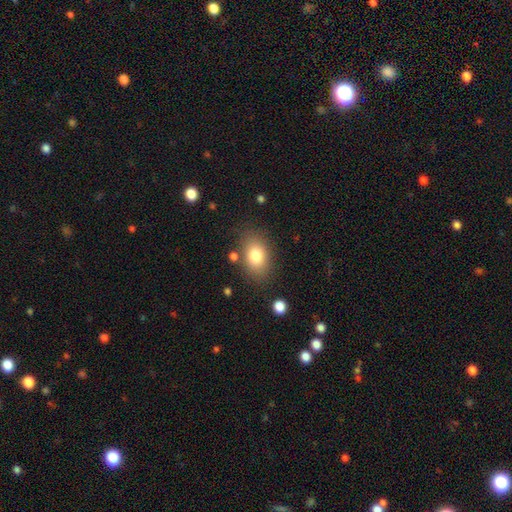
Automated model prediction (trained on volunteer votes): The model was most divided on "how rounded": in between: 81%, round: 18%, cigar-shaped: 1%. More confident: smooth or featured — smooth (80%); merging — none (79%).